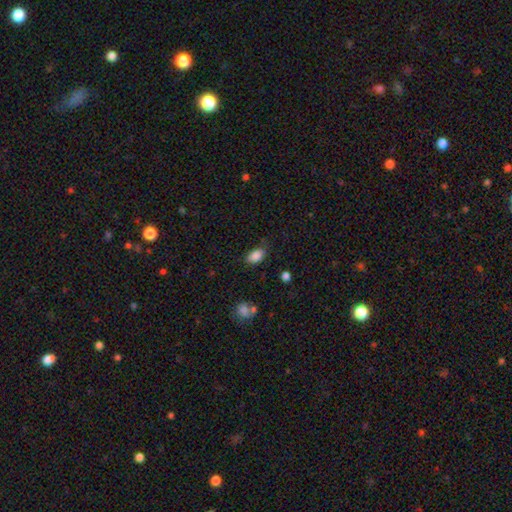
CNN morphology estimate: Smooth or featured?
  - smooth: 86% *
  - star or artifact: 8%
  - featured or disk: 5%
How rounded?
  - in between: 91% *
  - round: 8%
  - cigar-shaped: 2%
Merging?
  - none: 73% *
  - minor disturbance: 20%
  - major disturbance: 5%
  - merger: 2%